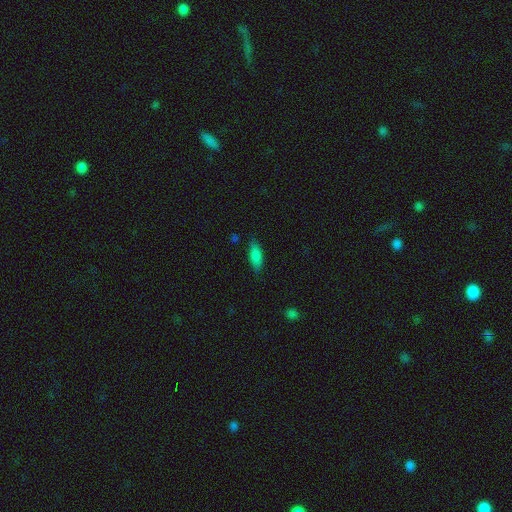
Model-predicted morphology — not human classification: smooth 81%, featured or disk 10%, star or artifact 8%. Down the decision tree: how rounded — in between (66%); merging — none (81%).